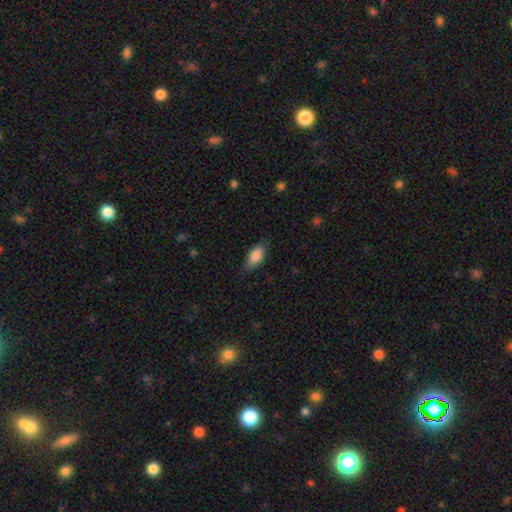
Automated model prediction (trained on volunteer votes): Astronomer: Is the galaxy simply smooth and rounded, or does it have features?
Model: smooth — 86%.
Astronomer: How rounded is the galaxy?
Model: in between — 89%.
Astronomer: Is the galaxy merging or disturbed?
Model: none — 79%.